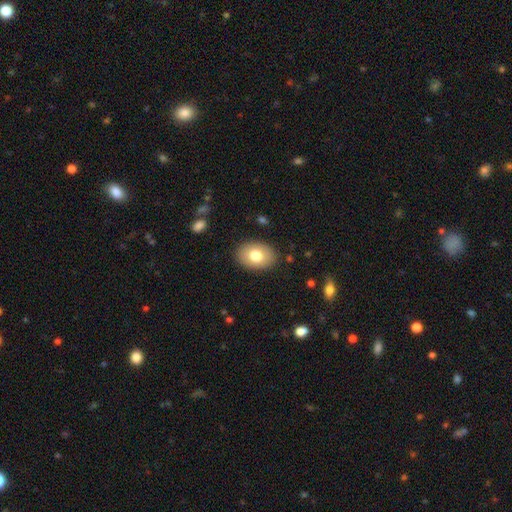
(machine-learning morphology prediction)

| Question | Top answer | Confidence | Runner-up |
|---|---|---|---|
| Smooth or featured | smooth | 76% | featured or disk (16%) |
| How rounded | in between | 79% | round (20%) |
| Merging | none | 87% | minor disturbance (9%) |